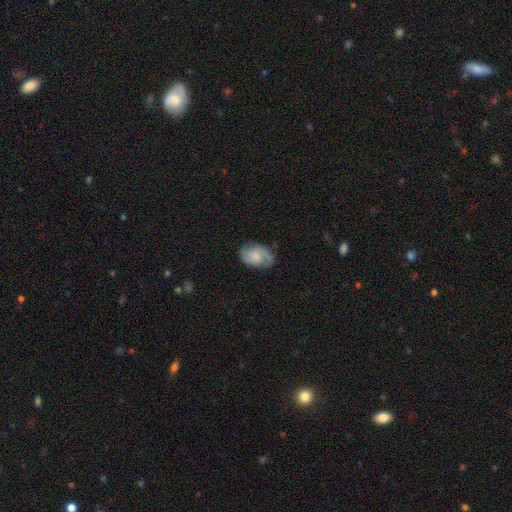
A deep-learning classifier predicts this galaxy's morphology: Q: Smooth or featured?
A: smooth (55%); runner-up: featured or disk (38%)
Q: How rounded?
A: in between (86%); runner-up: round (13%)
Q: Merging?
A: none (69%); runner-up: minor disturbance (23%)